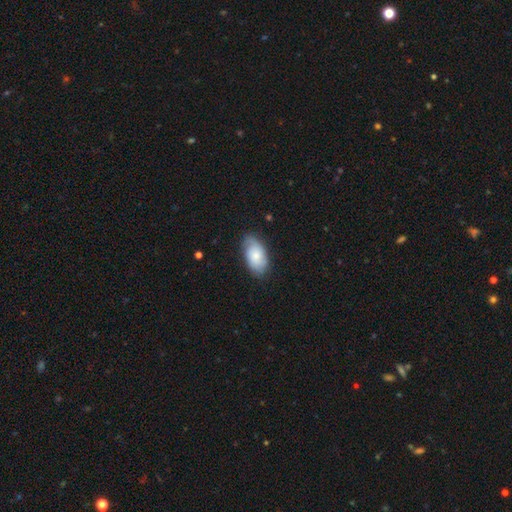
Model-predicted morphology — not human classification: Q: Smooth or featured?
A: smooth (65%); runner-up: featured or disk (29%)
Q: How rounded?
A: in between (94%); runner-up: round (4%)
Q: Merging?
A: none (74%); runner-up: minor disturbance (21%)